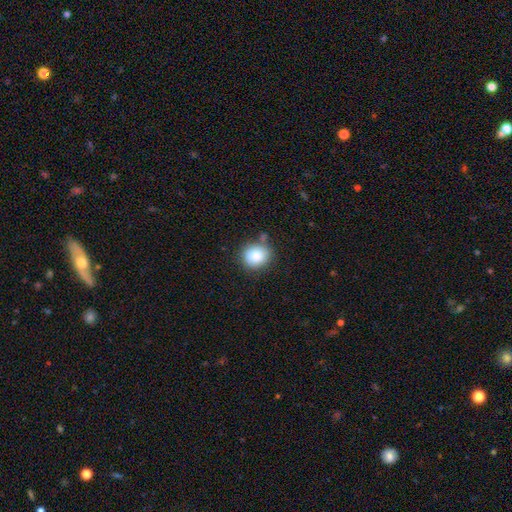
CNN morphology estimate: This is clearly a smooth galaxy (85%). How rounded: likely round (77%). Merging: likely none (77%).